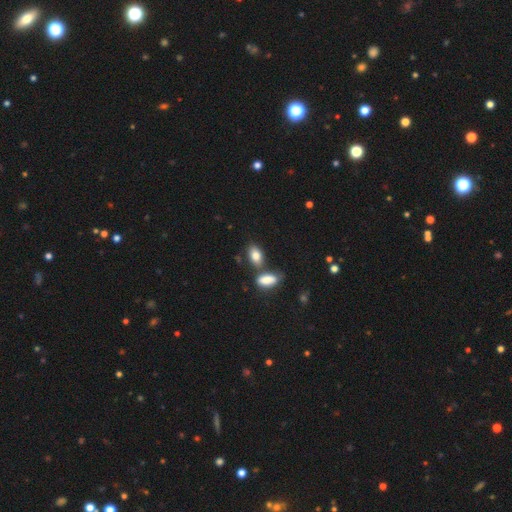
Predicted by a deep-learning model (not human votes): smooth_or_featured: smooth (p=0.83) [alt: featured or disk p=0.09]
how_rounded: in between (p=0.88) [alt: round p=0.08]
merging: none (p=0.59) [alt: merger p=0.23]